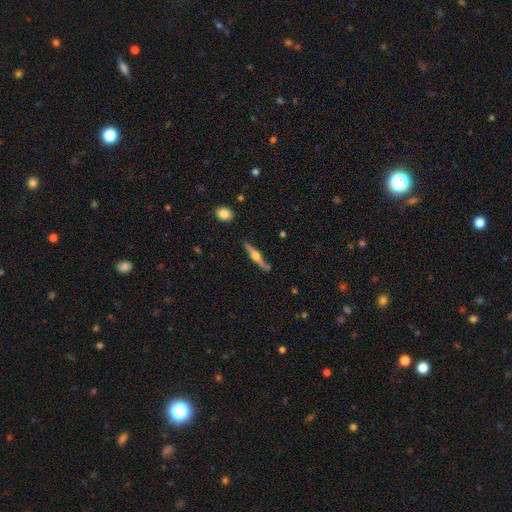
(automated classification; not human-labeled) Smooth or featured: featured or disk — 74% (smooth — 20%)
Edge-on disk: yes — 96% (no — 4%)
Edge-on bulge: rounded — 94% (boxy — 4%)
Merging: none — 79% (minor disturbance — 15%)